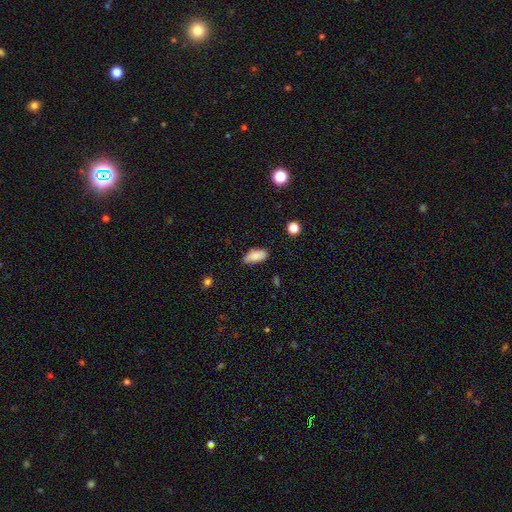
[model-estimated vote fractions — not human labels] Q: Smooth or featured?
A: smooth (86%); runner-up: star or artifact (8%)
Q: How rounded?
A: in between (88%); runner-up: cigar-shaped (9%)
Q: Merging?
A: none (75%); runner-up: minor disturbance (20%)